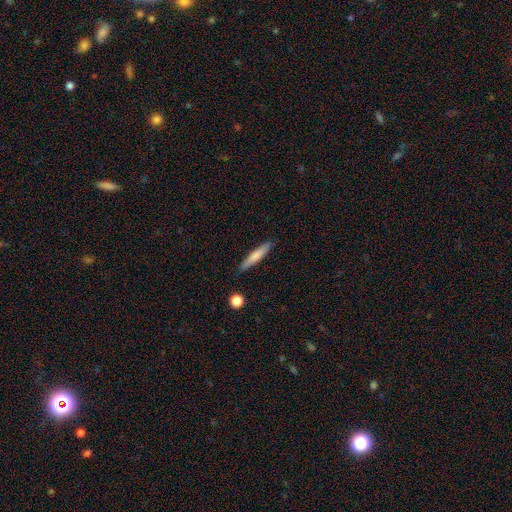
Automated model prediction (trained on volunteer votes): Morphology: type=smooth (69%); roundness=cigar-shaped (91%); merging=none (87%).